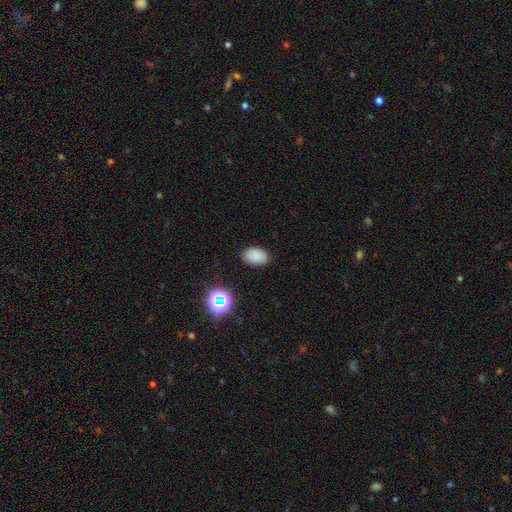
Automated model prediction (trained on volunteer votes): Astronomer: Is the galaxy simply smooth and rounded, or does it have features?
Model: smooth — 83%.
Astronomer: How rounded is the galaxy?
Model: in between — 88%.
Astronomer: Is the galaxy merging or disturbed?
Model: none — 86%.